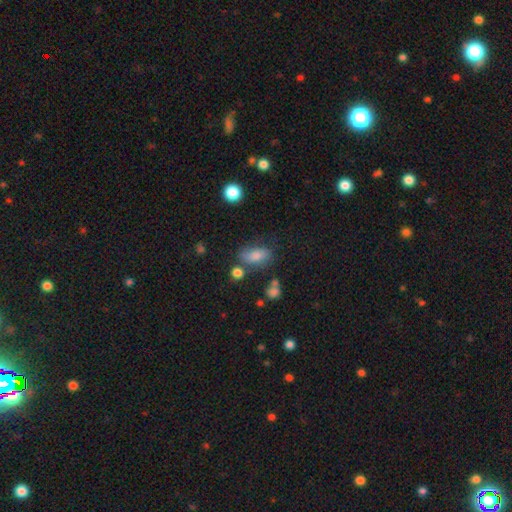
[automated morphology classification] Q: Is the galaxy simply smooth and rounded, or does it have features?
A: smooth — 71%.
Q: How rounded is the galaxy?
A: in between — 83%.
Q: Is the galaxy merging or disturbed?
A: none — 62%.